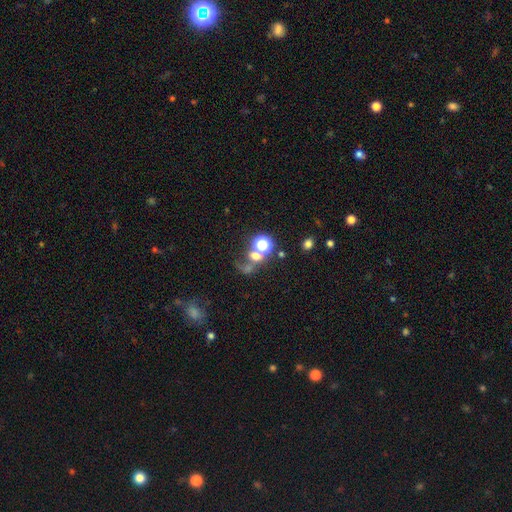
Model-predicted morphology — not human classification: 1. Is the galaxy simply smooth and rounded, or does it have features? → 45% smooth, 36% star or artifact, 18% featured or disk.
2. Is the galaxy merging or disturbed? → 38% none, 36% merger, 16% major disturbance, 10% minor disturbance.